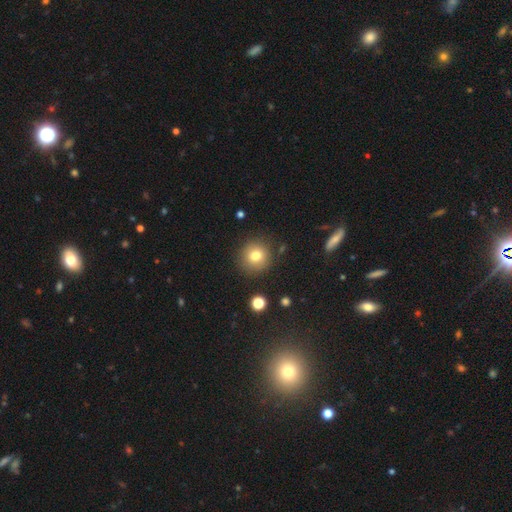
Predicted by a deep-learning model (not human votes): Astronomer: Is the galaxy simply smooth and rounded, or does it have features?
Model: smooth — 79%.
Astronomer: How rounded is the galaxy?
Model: round — 92%.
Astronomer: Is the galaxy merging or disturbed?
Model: none — 87%.